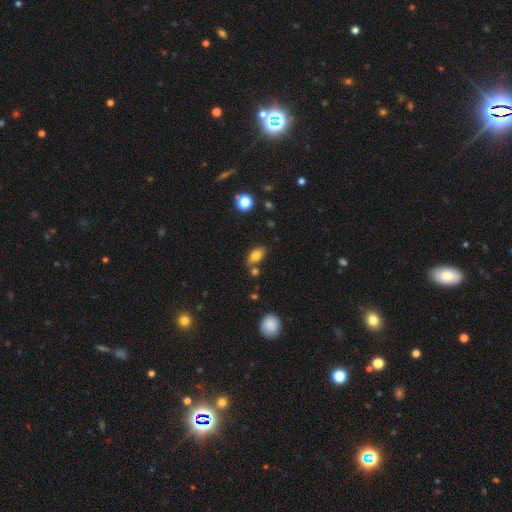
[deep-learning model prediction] A smooth galaxy with no disk features (78%) that is in between round and cigar-shaped (86%). Merging: none (70%).